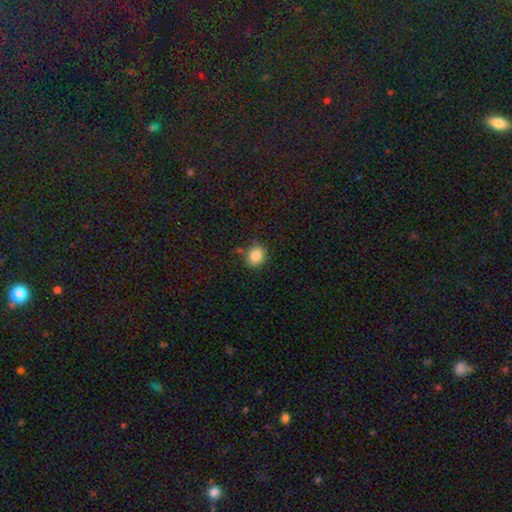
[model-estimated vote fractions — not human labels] Overall: smooth (84%). How rounded: round (71%). Merging: none (78%).